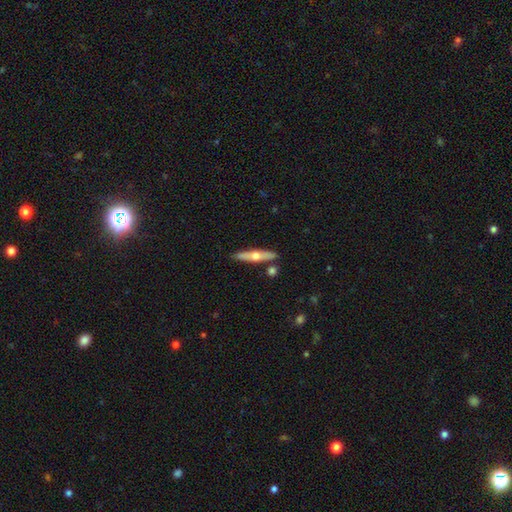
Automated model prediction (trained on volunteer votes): This is possibly a featured or disk galaxy (54%). It is clearly viewed edge-on (92%). Merging: clearly none (85%).